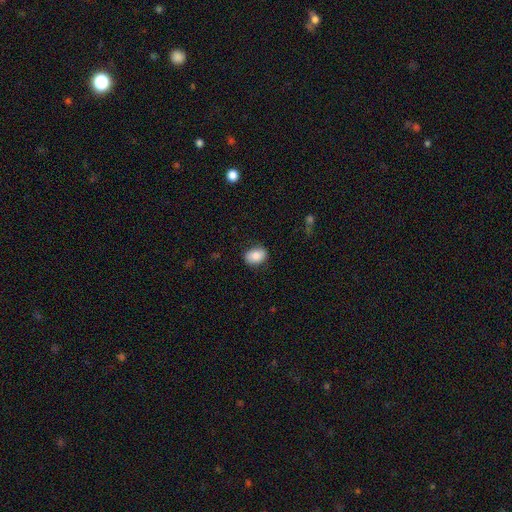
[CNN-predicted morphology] Smooth or featured?
  - smooth: 85% *
  - featured or disk: 8%
  - star or artifact: 7%
How rounded?
  - in between: 75% *
  - round: 24%
  - cigar-shaped: 1%
Merging?
  - none: 82% *
  - minor disturbance: 14%
  - major disturbance: 3%
  - merger: 1%